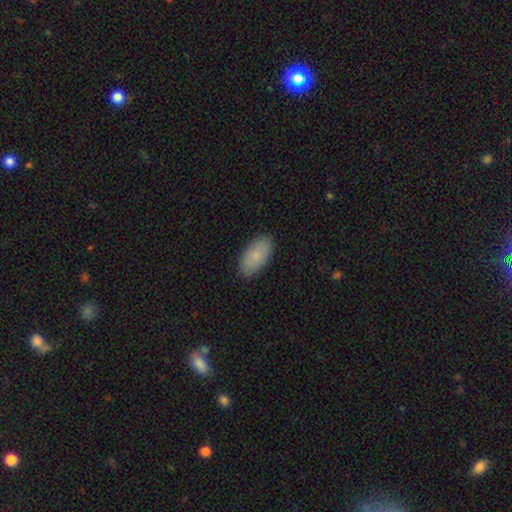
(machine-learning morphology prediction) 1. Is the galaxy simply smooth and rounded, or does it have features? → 84% smooth, 10% featured or disk, 6% star or artifact.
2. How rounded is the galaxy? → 94% in between, 3% cigar-shaped, 3% round.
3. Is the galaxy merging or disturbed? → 87% none, 10% minor disturbance, 2% major disturbance, 1% merger.